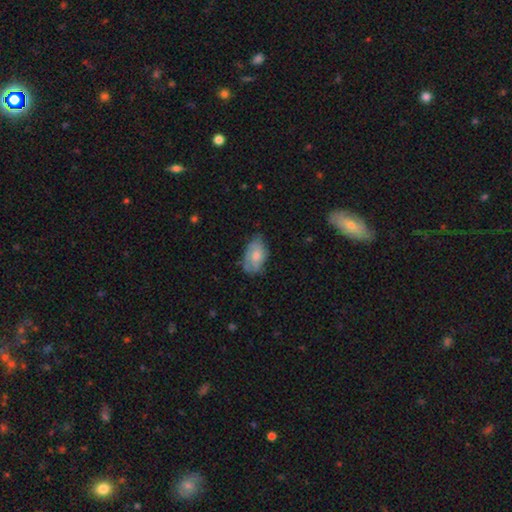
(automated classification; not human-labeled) Smooth or featured? smooth (59%)
How rounded? in between (91%)
Merging? none (60%)